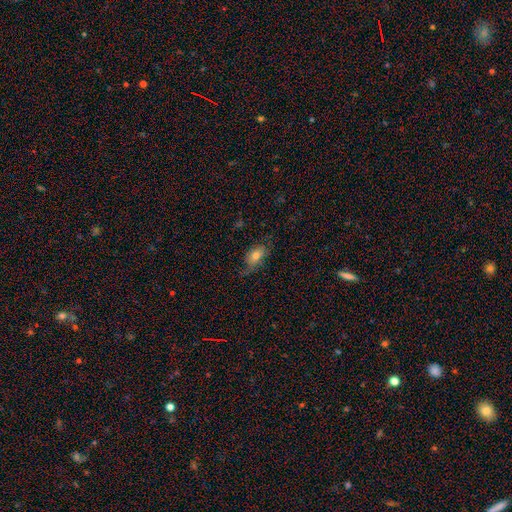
Volunteers were most divided on "smooth or featured": smooth: 59%, featured or disk: 38%, star or artifact: 3%. More confident: how rounded — in between (91%); merging — none (53%).